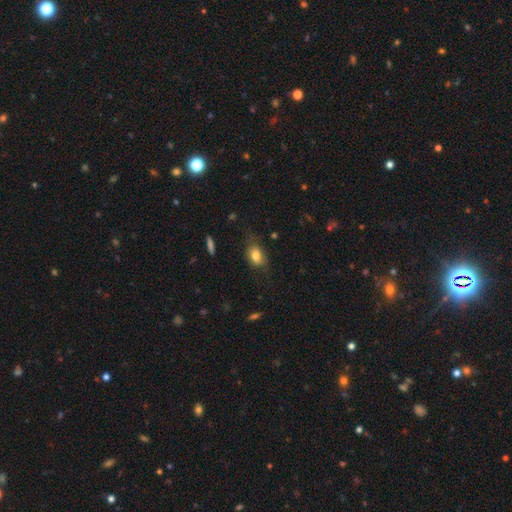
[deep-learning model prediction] Morphology: type=smooth (79%); roundness=in between (79%); merging=none (62%).